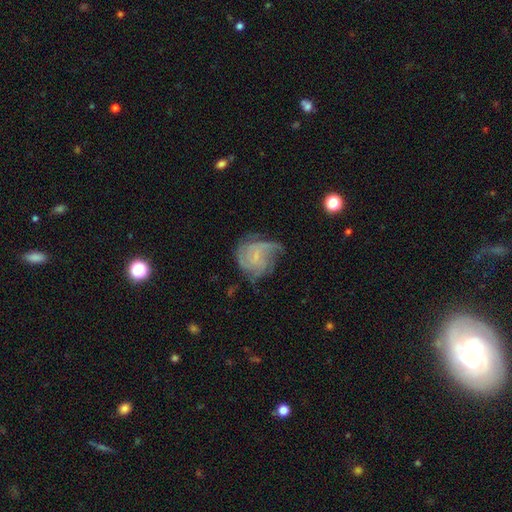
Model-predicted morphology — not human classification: This appears to be a featured or disk galaxy (70%) with no bar (60%), tight (39%, tied with medium) spiral arms (84%) and a small central bulge (64%). Merging: none (46%).